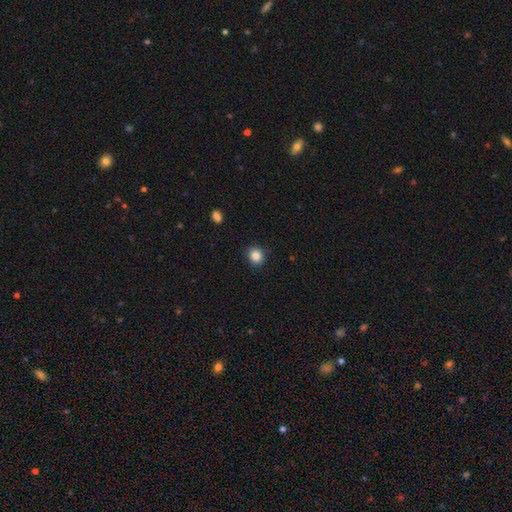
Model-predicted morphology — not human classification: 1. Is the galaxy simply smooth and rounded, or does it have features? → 87% smooth, 10% star or artifact, 4% featured or disk.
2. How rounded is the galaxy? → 80% round, 19% in between, 1% cigar-shaped.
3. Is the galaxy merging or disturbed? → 89% none, 7% minor disturbance, 2% major disturbance, 1% merger.